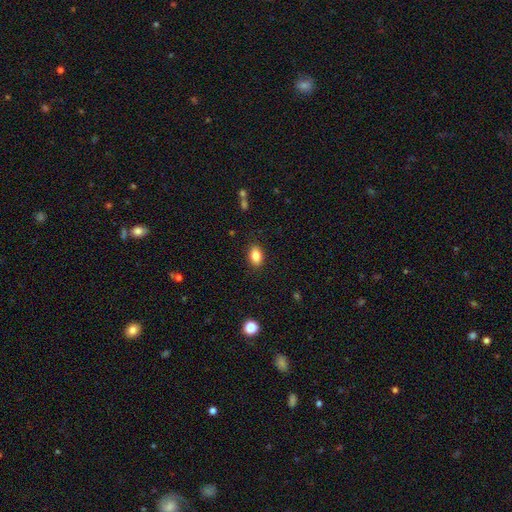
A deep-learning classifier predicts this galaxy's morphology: Smooth or featured? Predicted: smooth (p=0.86). How rounded? Predicted: in between (p=0.88). Merging? Predicted: none (p=0.88).